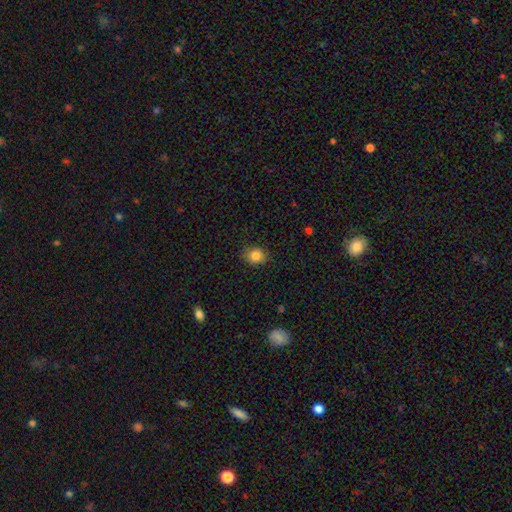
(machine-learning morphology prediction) smooth_or_featured: smooth (p=0.84) [alt: star or artifact p=0.10]
how_rounded: round (p=0.65) [alt: in between p=0.34]
merging: none (p=0.82) [alt: minor disturbance p=0.14]